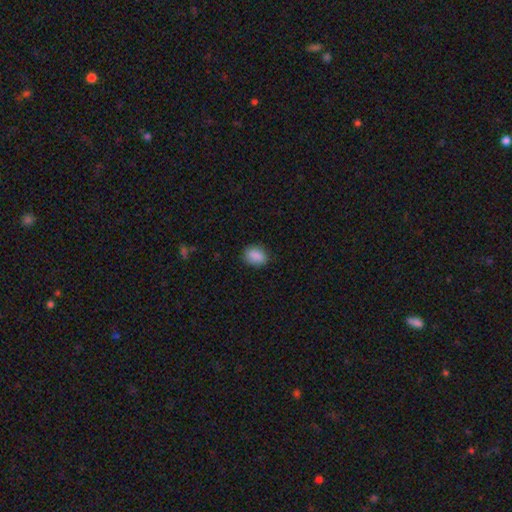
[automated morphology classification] This is clearly a smooth galaxy (89%). How rounded: likely in between (69%). Merging: clearly none (83%).